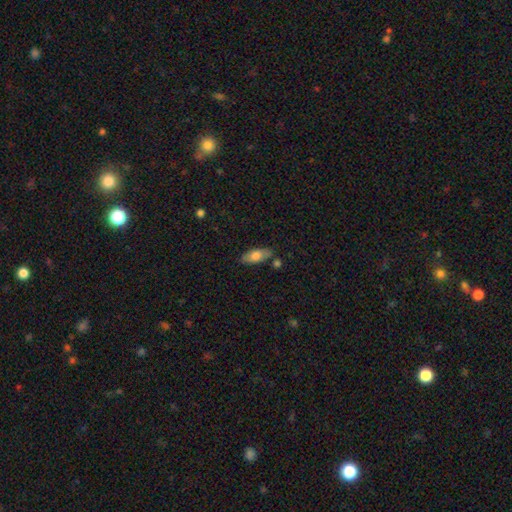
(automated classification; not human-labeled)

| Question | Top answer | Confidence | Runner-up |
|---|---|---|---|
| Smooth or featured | smooth | 73% | featured or disk (20%) |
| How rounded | in between | 83% | cigar-shaped (14%) |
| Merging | none | 75% | minor disturbance (15%) |